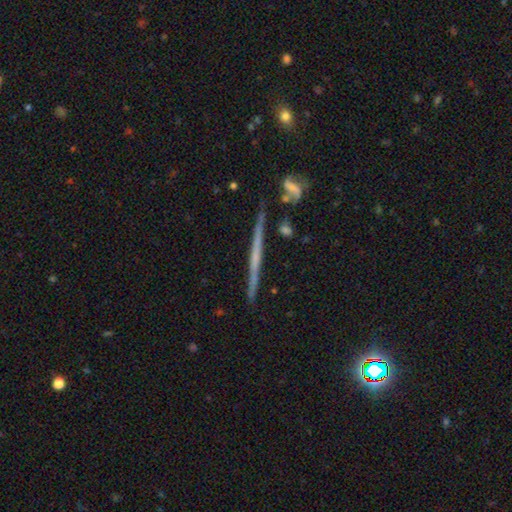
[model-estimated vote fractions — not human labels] Smooth or featured? featured or disk (67%)
Edge-on disk? yes (98%)
Edge-on bulge? none (71%)
Merging? none (89%)